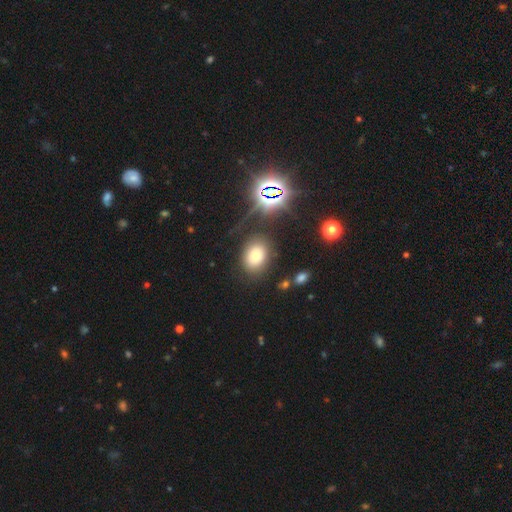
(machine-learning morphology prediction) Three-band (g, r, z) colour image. It shows a smooth galaxy with no disk features (71%) that is in between round and cigar-shaped (68%). Merging: none (77%).